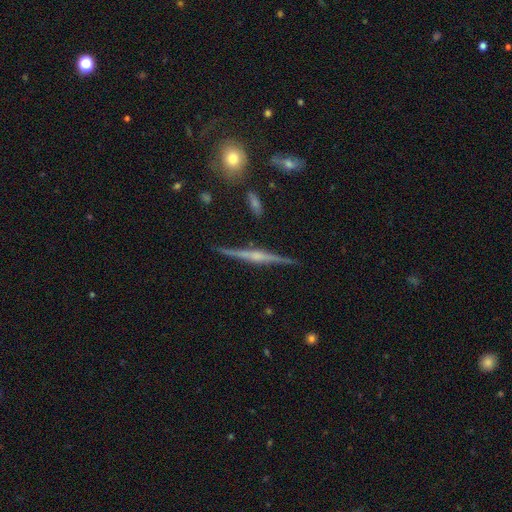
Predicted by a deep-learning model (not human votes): Smooth or featured? Predicted: featured or disk (p=0.83). Edge-on disk? Predicted: yes (p=0.98). Edge-on bulge? Predicted: rounded (p=0.75). Merging? Predicted: none (p=0.88).